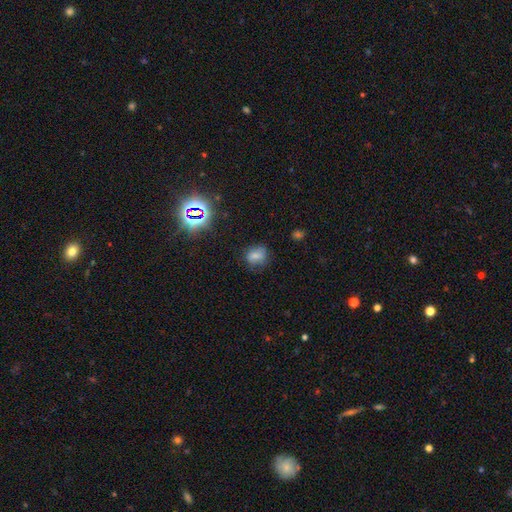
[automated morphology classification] Smooth or featured: smooth — 69% (star or artifact — 18%)
How rounded: round — 54% (in between — 44%)
Merging: none — 68% (minor disturbance — 22%)